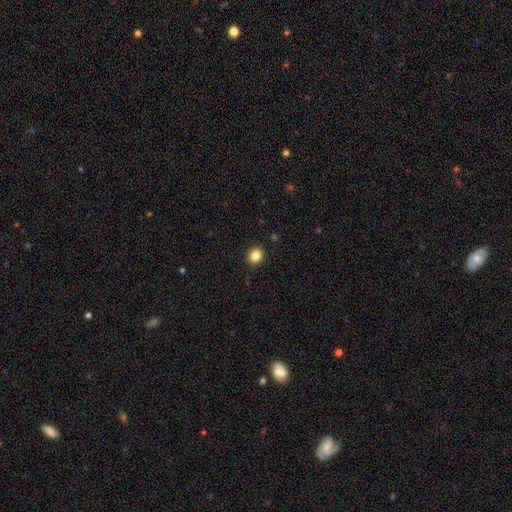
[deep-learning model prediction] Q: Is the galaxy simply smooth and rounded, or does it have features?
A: smooth — 84%.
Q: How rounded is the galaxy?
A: round — 76%.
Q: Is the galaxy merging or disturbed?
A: none — 92%.